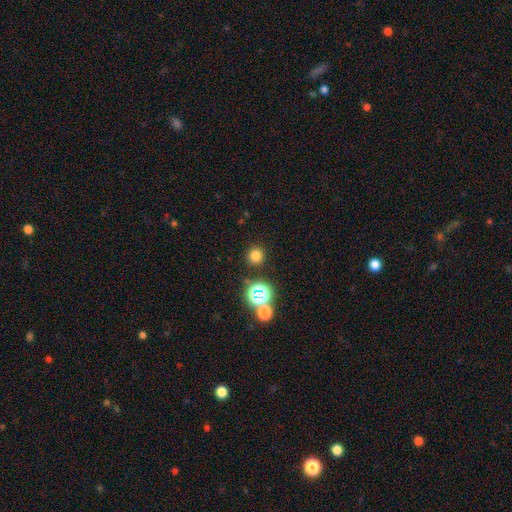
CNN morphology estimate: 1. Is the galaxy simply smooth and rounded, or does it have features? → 73% smooth, 21% star or artifact, 6% featured or disk.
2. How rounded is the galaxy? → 94% round, 5% in between, 1% cigar-shaped.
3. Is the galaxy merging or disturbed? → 88% none, 6% minor disturbance, 4% merger, 3% major disturbance.